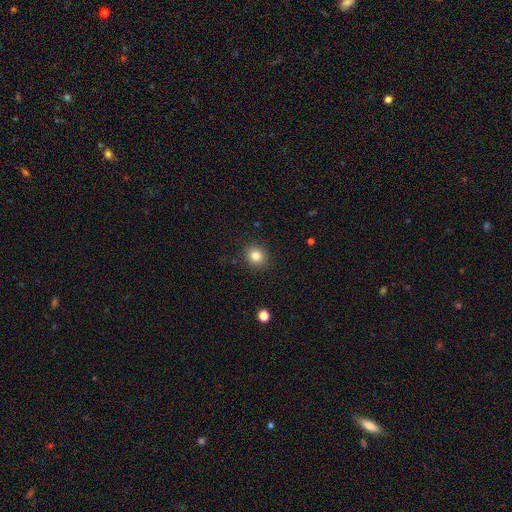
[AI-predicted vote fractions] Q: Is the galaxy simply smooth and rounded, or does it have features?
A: smooth — 82%.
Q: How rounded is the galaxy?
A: round — 83%.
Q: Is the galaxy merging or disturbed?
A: none — 91%.